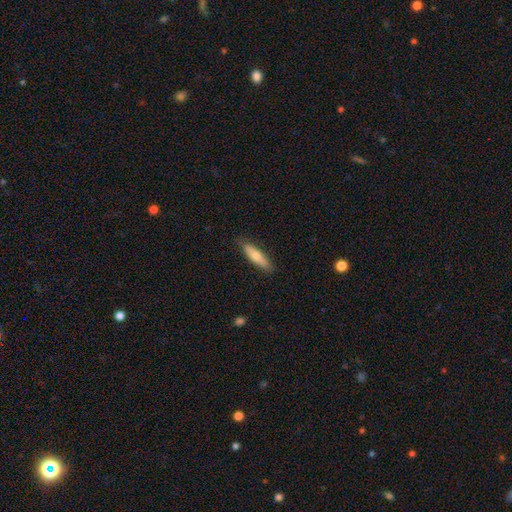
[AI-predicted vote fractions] Smooth or featured? Predicted: smooth (p=0.69). How rounded? Predicted: cigar-shaped (p=0.64). Merging? Predicted: none (p=0.84).